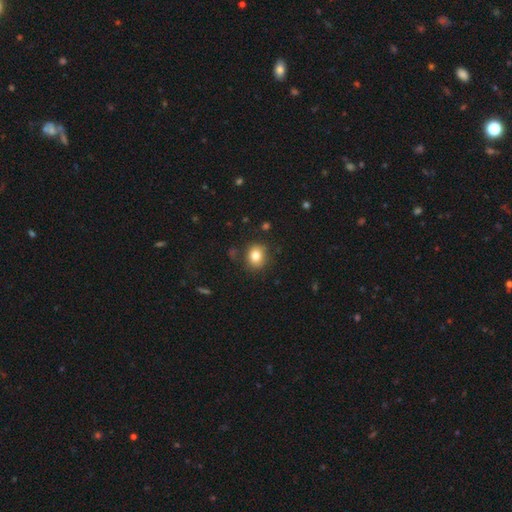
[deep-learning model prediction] A smooth galaxy with no disk features (82%) that is round (67%).

Vote fractions:
- Smooth or featured? smooth: 82% / star or artifact: 11% / featured or disk: 8%
- How rounded? round: 67% / in between: 32% / cigar-shaped: 1%
- Merging? none: 84% / minor disturbance: 11% / major disturbance: 3% / merger: 2%